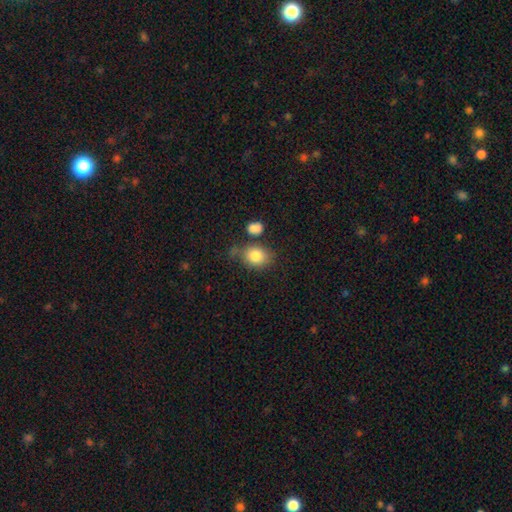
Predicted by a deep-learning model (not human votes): Q: Smooth or featured?
A: smooth (83%); runner-up: star or artifact (9%)
Q: How rounded?
A: in between (50%); runner-up: round (49%)
Q: Merging?
A: none (64%); runner-up: minor disturbance (18%)